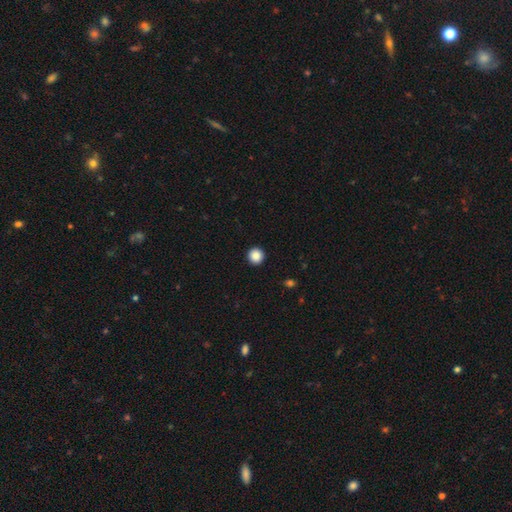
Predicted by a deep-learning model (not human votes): Smooth or featured? smooth (88%)
How rounded? round (96%)
Merging? none (94%)